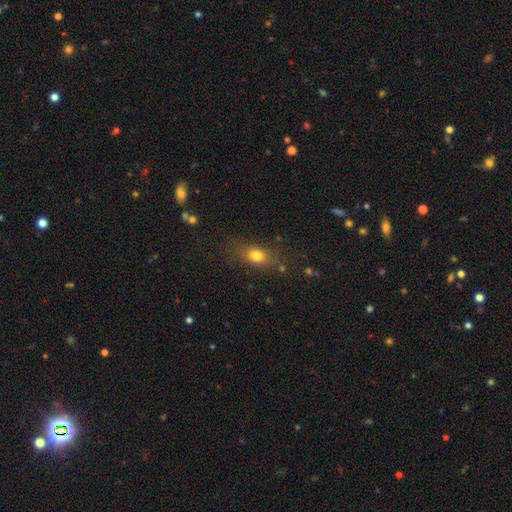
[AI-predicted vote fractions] A smooth galaxy with no disk features (75%) that is in between round and cigar-shaped (67%).

Vote fractions:
- Smooth or featured? smooth: 75% / featured or disk: 13% / star or artifact: 12%
- How rounded? in between: 67% / round: 24% / cigar-shaped: 9%
- Merging? none: 70% / minor disturbance: 19% / major disturbance: 8% / merger: 3%